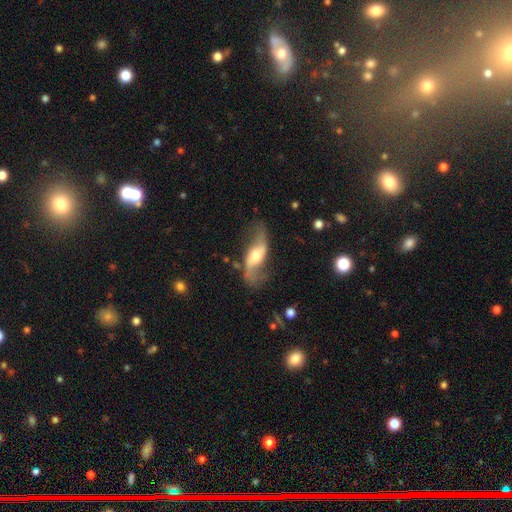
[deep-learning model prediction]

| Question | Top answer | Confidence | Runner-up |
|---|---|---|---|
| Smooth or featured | featured or disk | 79% | smooth (16%) |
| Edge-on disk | no | 87% | yes (13%) |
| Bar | weak | 38% | no (37%) |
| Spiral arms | yes | 90% | no (10%) |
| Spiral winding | loose | 83% | medium (13%) |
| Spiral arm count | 2 | 90% | 1 (3%) |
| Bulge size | moderate | 62% | small (22%) |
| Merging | none | 62% | minor disturbance (20%) |